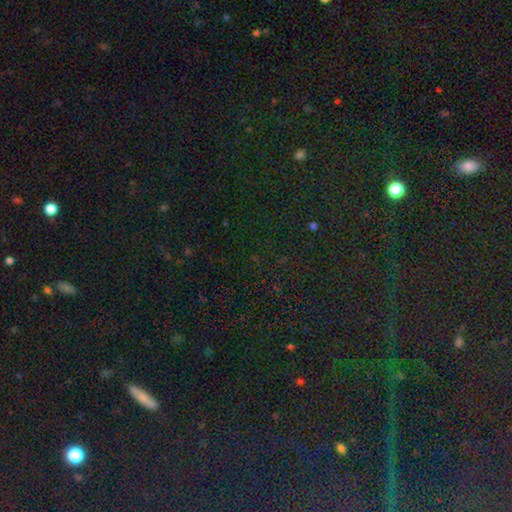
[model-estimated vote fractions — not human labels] This appears to be a star or artifact, not a galaxy (82%).